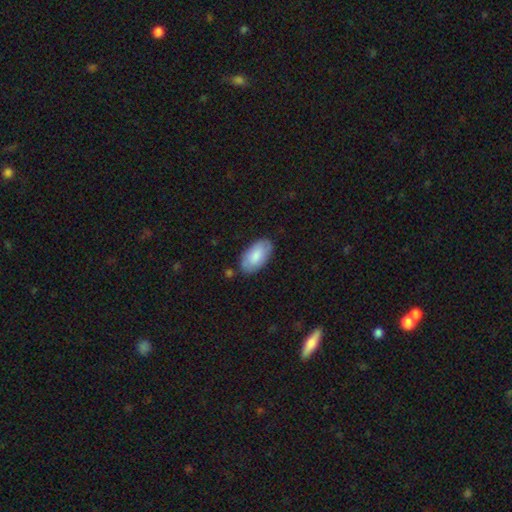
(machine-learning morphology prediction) Overall: smooth (82%). How rounded: in between (95%). Merging: none (81%).